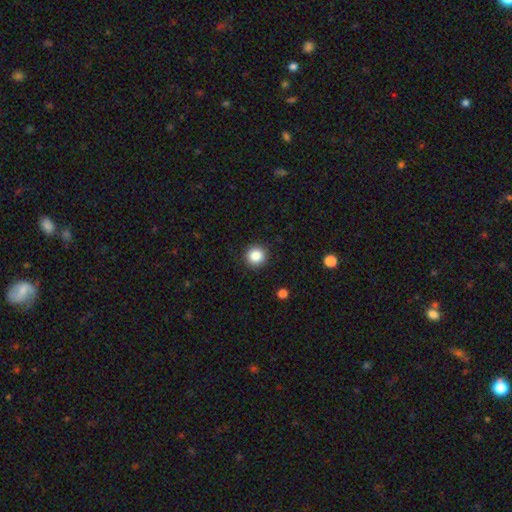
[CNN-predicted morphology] A smooth galaxy with no disk features (86%) that is round (95%).

Vote fractions:
- Smooth or featured? smooth: 86% / star or artifact: 10% / featured or disk: 5%
- How rounded? round: 95% / in between: 4% / cigar-shaped: 1%
- Merging? none: 92% / minor disturbance: 5% / major disturbance: 2% / merger: 1%